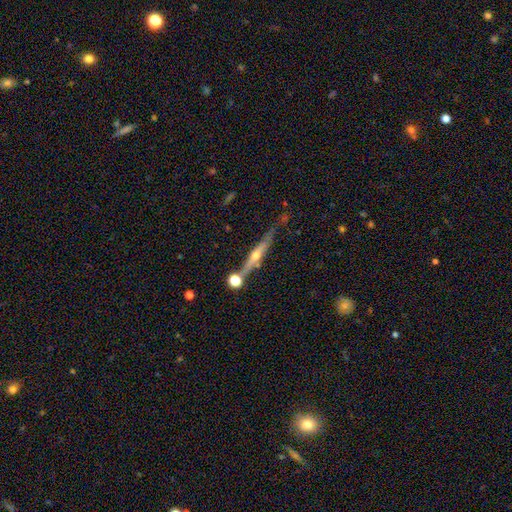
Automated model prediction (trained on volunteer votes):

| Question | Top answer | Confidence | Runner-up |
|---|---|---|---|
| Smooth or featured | featured or disk | 75% | smooth (18%) |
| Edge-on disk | yes | 96% | no (4%) |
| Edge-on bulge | rounded | 88% | none (8%) |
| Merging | none | 74% | minor disturbance (14%) |